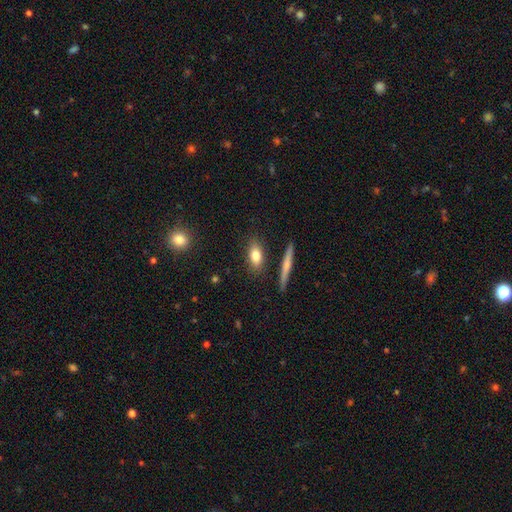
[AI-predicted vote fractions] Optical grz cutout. It shows a smooth galaxy with no disk features (77%) that is in between round and cigar-shaped (73%). Merging: none (83%).